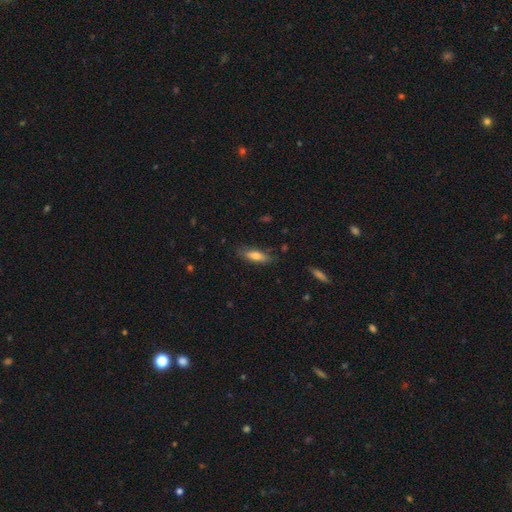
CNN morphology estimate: A smooth galaxy with no disk features (72%) that is in between round and cigar-shaped (52%). Merging: none (79%).